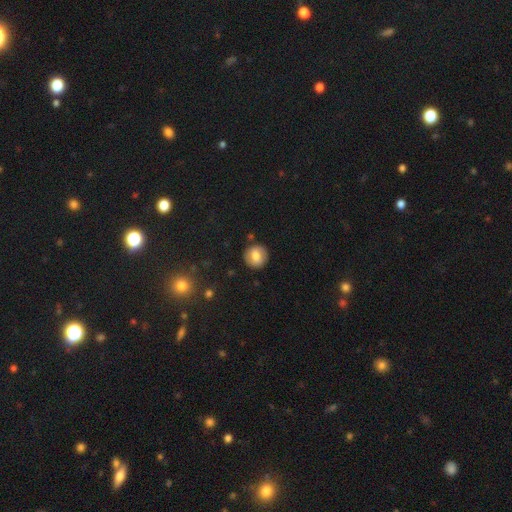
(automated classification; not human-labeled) A smooth galaxy with no disk features (66%) that is round (88%).

Vote fractions:
- Smooth or featured? smooth: 66% / featured or disk: 26% / star or artifact: 9%
- How rounded? round: 88% / in between: 11% / cigar-shaped: 1%
- Merging? none: 86% / minor disturbance: 9% / major disturbance: 3% / merger: 2%